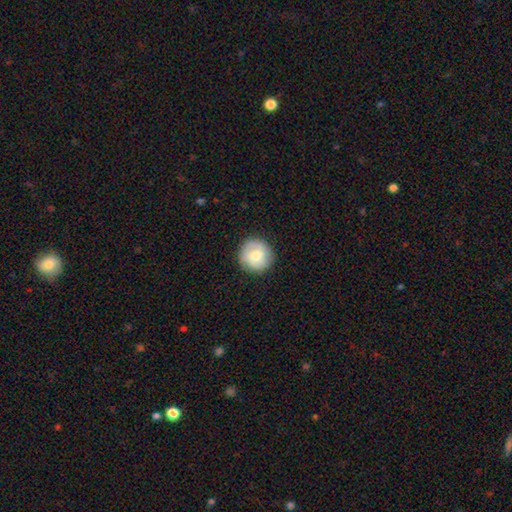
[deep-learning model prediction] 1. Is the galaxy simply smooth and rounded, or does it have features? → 71% smooth, 23% featured or disk, 7% star or artifact.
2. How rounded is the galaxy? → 94% round, 5% in between, 1% cigar-shaped.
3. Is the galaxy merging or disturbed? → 86% none, 10% minor disturbance, 3% major disturbance, 1% merger.